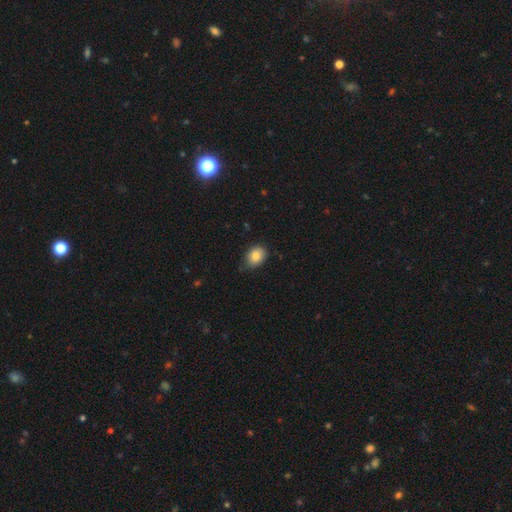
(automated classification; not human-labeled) A smooth galaxy with no disk features (85%) that is in between round and cigar-shaped (66%).

Vote fractions:
- Smooth or featured? smooth: 85% / star or artifact: 8% / featured or disk: 6%
- How rounded? in between: 66% / round: 33% / cigar-shaped: 1%
- Merging? none: 74% / minor disturbance: 22% / major disturbance: 3% / merger: 1%